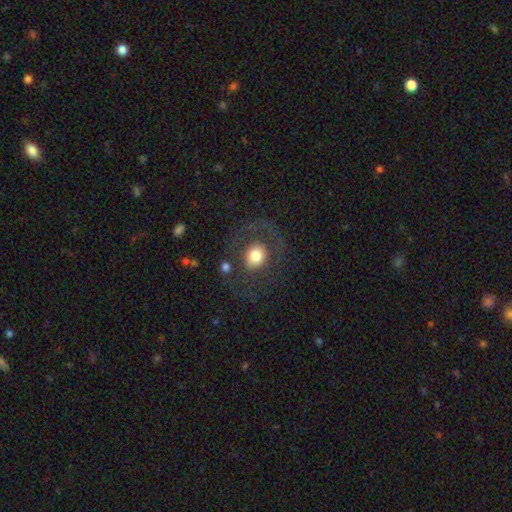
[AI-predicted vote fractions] Smooth or featured? smooth (62%)
How rounded? round (70%)
Merging? none (60%)